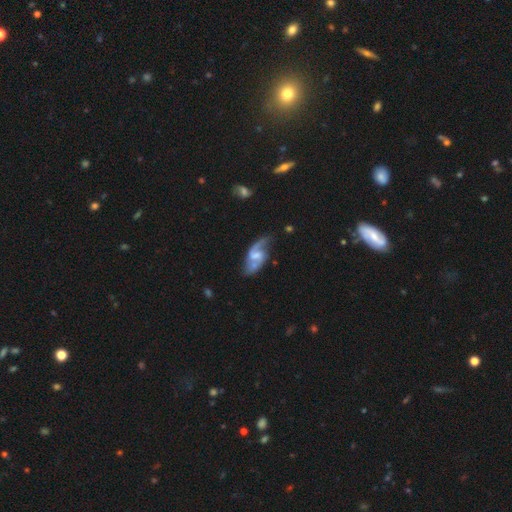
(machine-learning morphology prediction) smooth_or_featured: featured or disk (p=0.82) [alt: smooth p=0.13]
disk_edge_on: no (p=0.96) [alt: yes p=0.04]
bar: weak (p=0.54) [alt: no p=0.26]
has_spiral_arms: yes (p=0.92) [alt: no p=0.08]
spiral_winding: loose (p=0.55) [alt: medium p=0.36]
spiral_arm_count: 2 (p=0.82) [alt: 1 p=0.10]
bulge_size: moderate (p=0.34) [alt: small p=0.33]
merging: none (p=0.56) [alt: minor disturbance p=0.22]